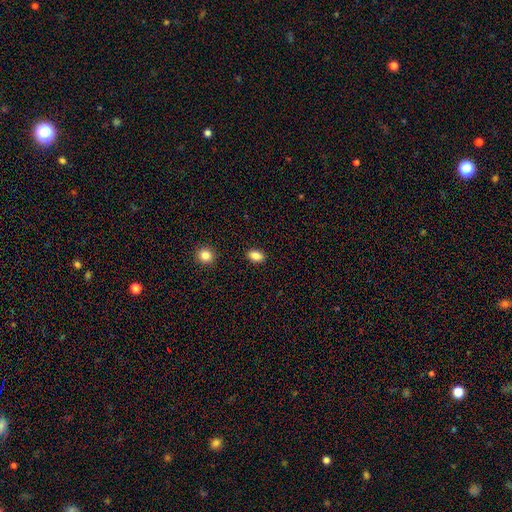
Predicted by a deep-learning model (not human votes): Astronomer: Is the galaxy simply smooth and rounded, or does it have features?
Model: smooth — 87%.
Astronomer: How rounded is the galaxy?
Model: in between — 86%.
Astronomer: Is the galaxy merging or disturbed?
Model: none — 89%.